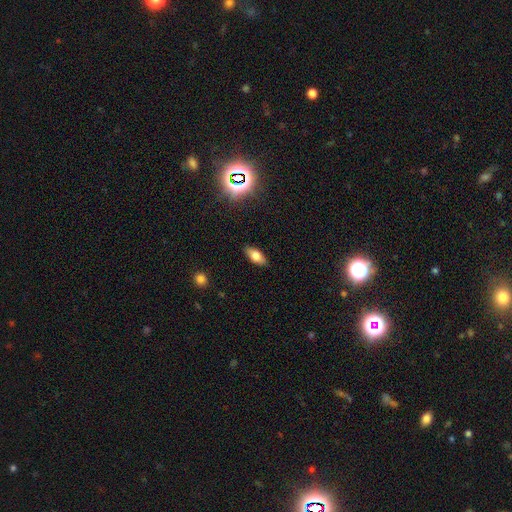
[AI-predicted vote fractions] smooth_or_featured: smooth (p=0.69) [alt: featured or disk p=0.21]
how_rounded: in between (p=0.81) [alt: cigar-shaped p=0.15]
merging: none (p=0.87) [alt: minor disturbance p=0.10]